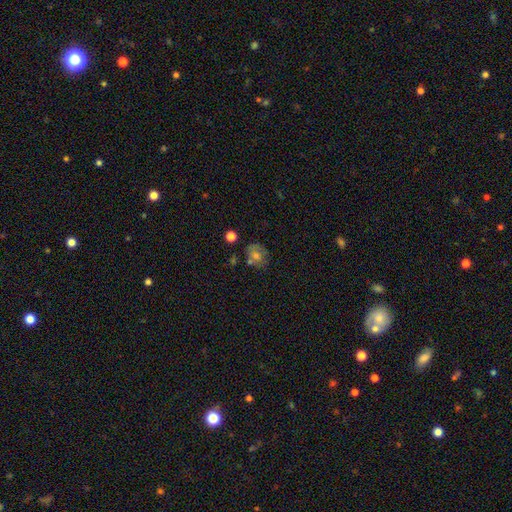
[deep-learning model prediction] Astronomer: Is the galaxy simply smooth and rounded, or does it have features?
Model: smooth — 54%.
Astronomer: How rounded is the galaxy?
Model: round — 64%.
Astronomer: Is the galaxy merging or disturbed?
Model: none — 65%.